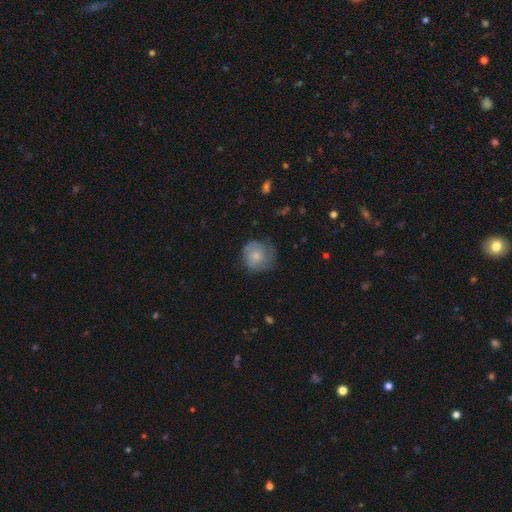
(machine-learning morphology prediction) Smooth or featured?
  - smooth: 62% *
  - featured or disk: 31%
  - star or artifact: 7%
How rounded?
  - round: 87% *
  - in between: 12%
  - cigar-shaped: 1%
Merging?
  - none: 60% *
  - minor disturbance: 26%
  - major disturbance: 12%
  - merger: 2%